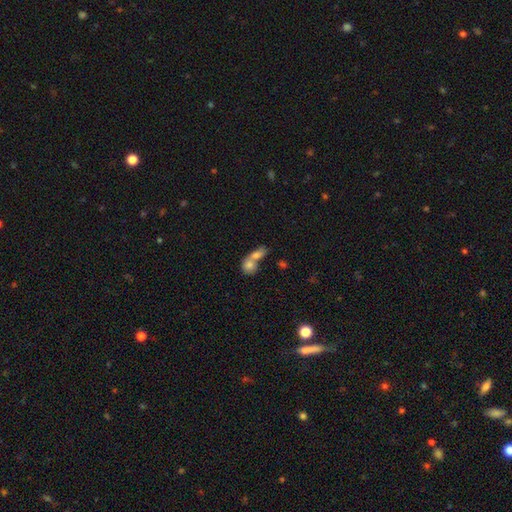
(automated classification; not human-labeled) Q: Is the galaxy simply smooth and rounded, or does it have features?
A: smooth — 71%.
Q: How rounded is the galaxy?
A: in between — 55%.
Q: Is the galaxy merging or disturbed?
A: merger — 68%.